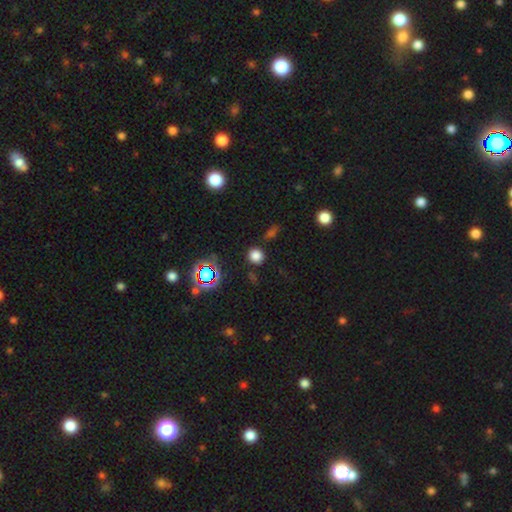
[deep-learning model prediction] A smooth galaxy with no disk features (75%) that is round (91%). Merging: none (85%).